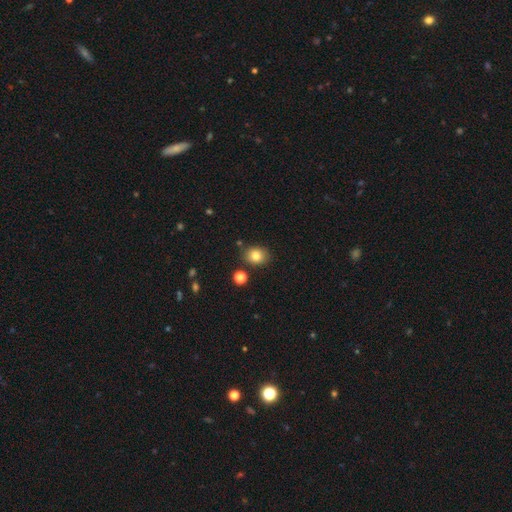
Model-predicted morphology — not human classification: Smooth or featured: smooth — 81% (star or artifact — 11%)
How rounded: round — 59% (in between — 41%)
Merging: none — 81% (minor disturbance — 11%)